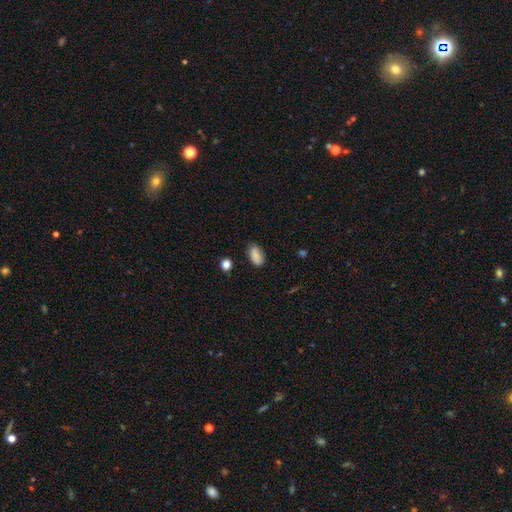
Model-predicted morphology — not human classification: smooth 84%, star or artifact 8%, featured or disk 8%. Down the decision tree: how rounded — in between (91%); merging — none (72%).